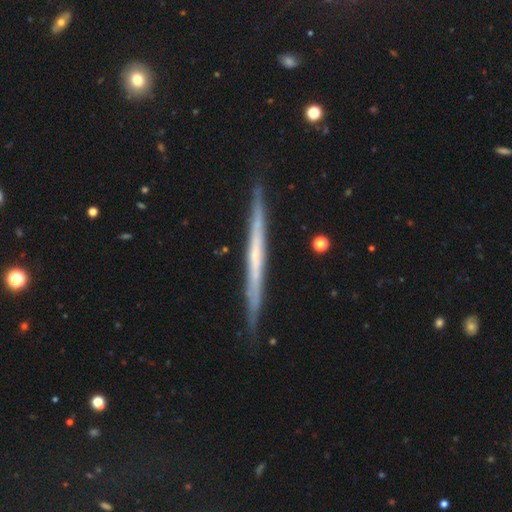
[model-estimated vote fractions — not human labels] This is likely a featured or disk galaxy (66%). It is clearly viewed edge-on (97%). Edge-on bulge: clearly none (85%). Merging: clearly none (89%).